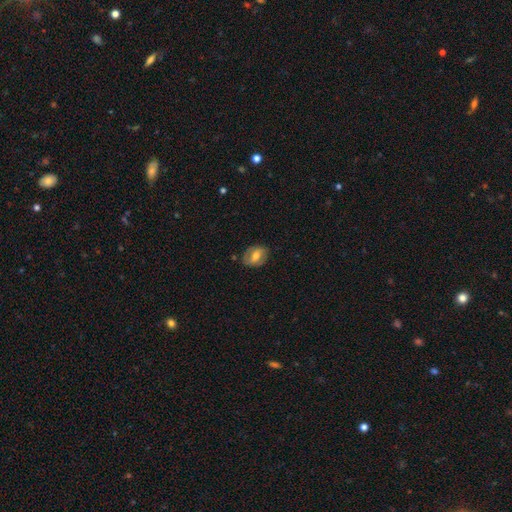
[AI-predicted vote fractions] smooth 51%, featured or disk 41%, star or artifact 7%. Down the decision tree: how rounded — in between (73%); merging — none (75%).